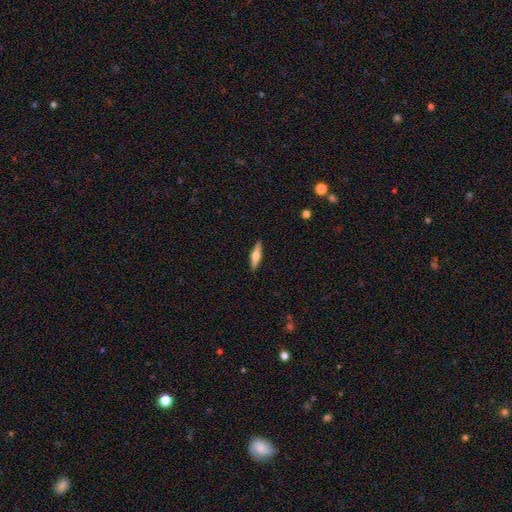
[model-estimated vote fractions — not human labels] smooth-or-featured: featured or disk: 51% | smooth: 43% | star or artifact: 6%
  disk-edge-on: yes: 94% | no: 6%
  merging: none: 90% | minor disturbance: 7% | major disturbance: 2% | merger: 1%